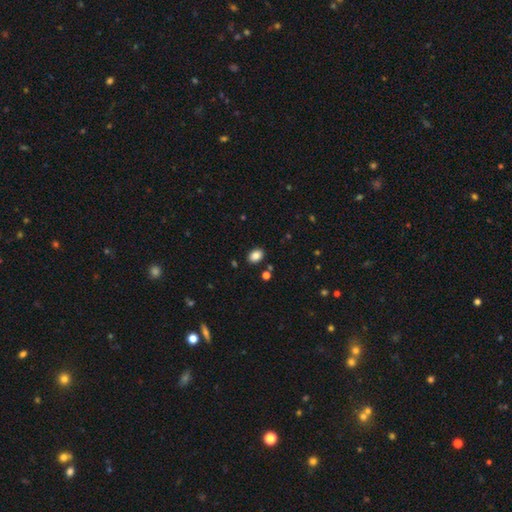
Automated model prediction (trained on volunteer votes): Morphology: type=smooth (84%); roundness=in between (76%); merging=none (86%).